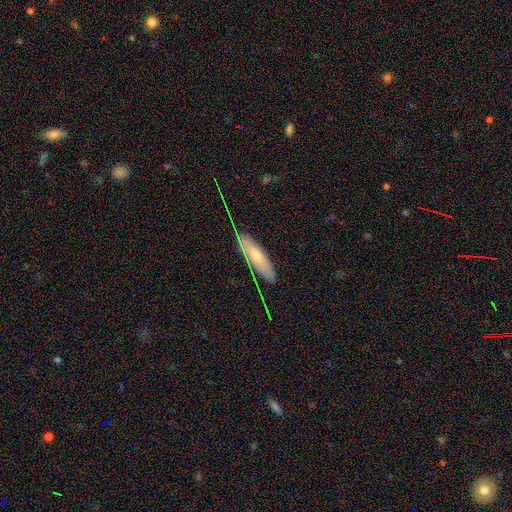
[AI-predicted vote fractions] Q: Smooth or featured?
A: smooth (52%); runner-up: featured or disk (41%)
Q: How rounded?
A: cigar-shaped (58%); runner-up: in between (40%)
Q: Merging?
A: none (76%); runner-up: minor disturbance (19%)